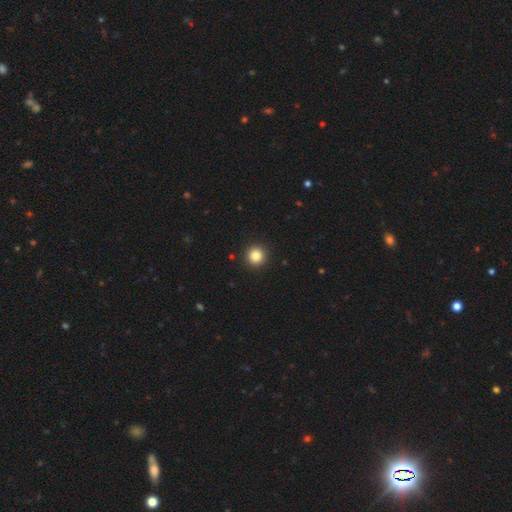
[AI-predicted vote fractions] Q: Smooth or featured?
A: smooth (85%); runner-up: star or artifact (11%)
Q: How rounded?
A: round (95%); runner-up: in between (4%)
Q: Merging?
A: none (93%); runner-up: minor disturbance (4%)